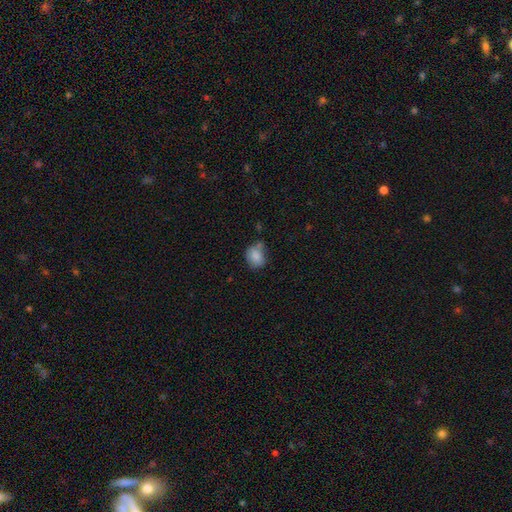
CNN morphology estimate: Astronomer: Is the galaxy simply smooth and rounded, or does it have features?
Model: smooth — 84%.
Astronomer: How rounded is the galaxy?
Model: in between — 50% (runner-up: round, 48%).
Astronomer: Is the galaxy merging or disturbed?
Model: none — 57%.